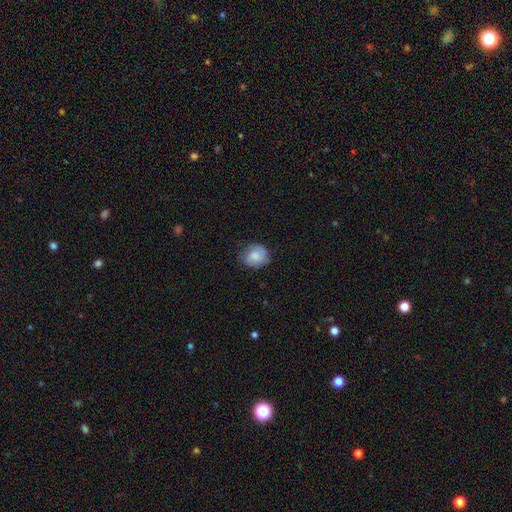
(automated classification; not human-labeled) A smooth galaxy with no disk features (77%) that is round (68%).

Vote fractions:
- Smooth or featured? smooth: 77% / featured or disk: 15% / star or artifact: 7%
- How rounded? round: 68% / in between: 31% / cigar-shaped: 1%
- Merging? none: 69% / minor disturbance: 25% / major disturbance: 6% / merger: 1%